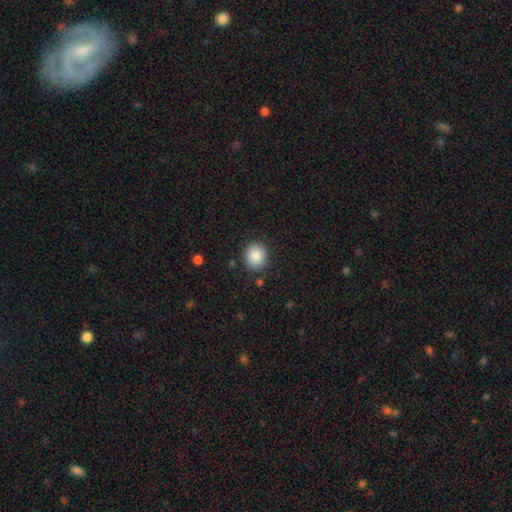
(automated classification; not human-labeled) Morphology: type=smooth (88%); roundness=round (81%); merging=none (87%).